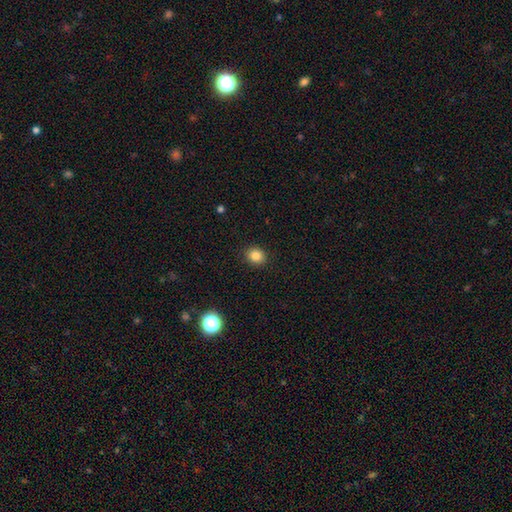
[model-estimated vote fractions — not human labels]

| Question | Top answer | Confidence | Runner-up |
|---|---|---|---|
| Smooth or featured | smooth | 85% | star or artifact (11%) |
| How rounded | round | 71% | in between (28%) |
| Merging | none | 90% | minor disturbance (7%) |